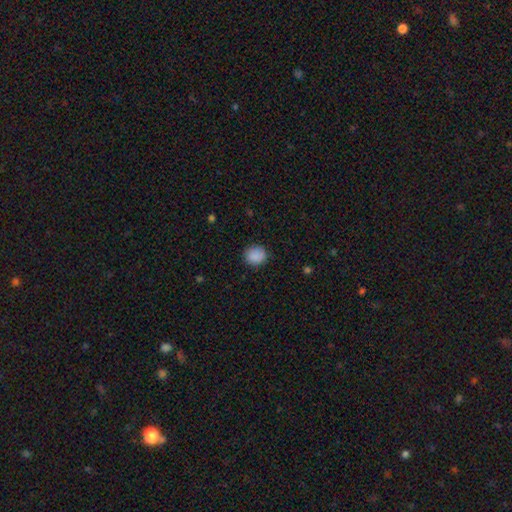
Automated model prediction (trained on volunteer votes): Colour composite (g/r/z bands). It shows a smooth galaxy with no disk features (88%) that is round (75%). Merging: none (84%).